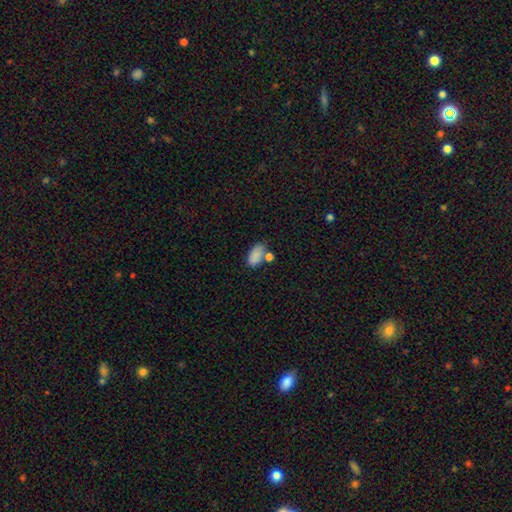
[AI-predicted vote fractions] smooth-or-featured: smooth: 83% | star or artifact: 9% | featured or disk: 8%
  how-rounded: in between: 92% | round: 5% | cigar-shaped: 3%
  merging: none: 51% | merger: 26% | minor disturbance: 16% | major disturbance: 6%